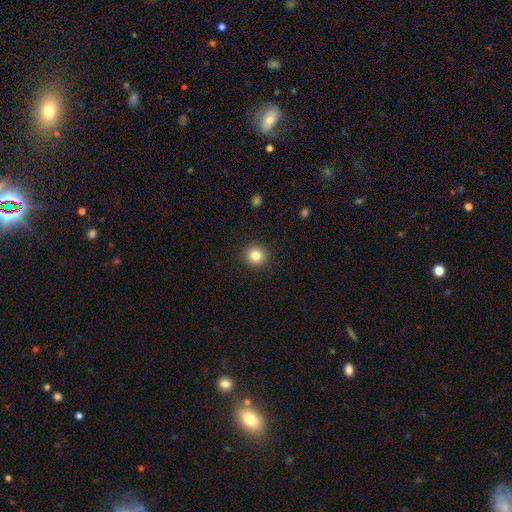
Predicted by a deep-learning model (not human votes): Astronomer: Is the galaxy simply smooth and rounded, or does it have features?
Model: smooth — 83%.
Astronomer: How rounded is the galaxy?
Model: round — 93%.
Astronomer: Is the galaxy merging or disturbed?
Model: none — 92%.